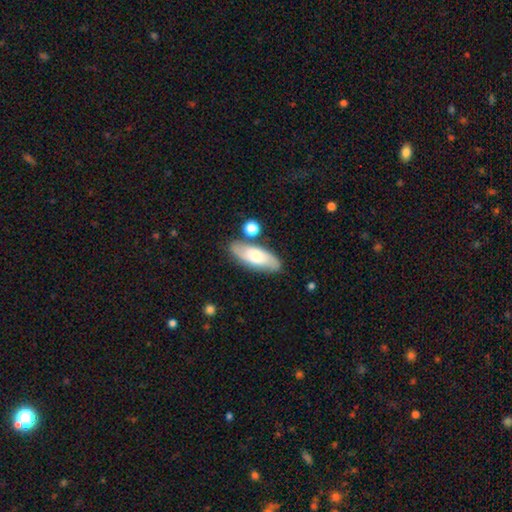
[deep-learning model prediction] Smooth or featured?
  - smooth: 57% *
  - featured or disk: 37%
  - star or artifact: 7%
How rounded?
  - in between: 69% *
  - cigar-shaped: 28%
  - round: 3%
Merging?
  - none: 74% *
  - minor disturbance: 14%
  - merger: 9%
  - major disturbance: 3%